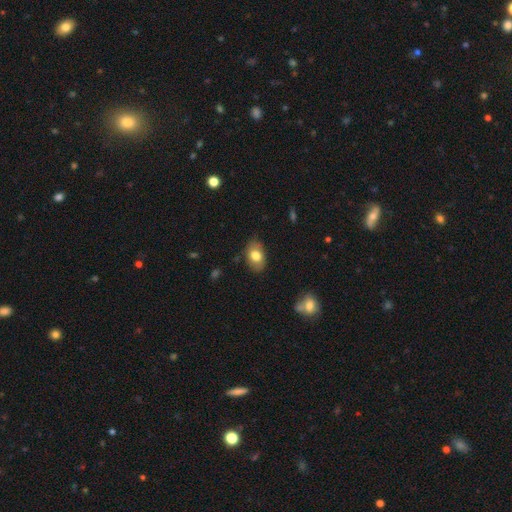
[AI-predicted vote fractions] smooth-or-featured: smooth: 77% | featured or disk: 15% | star or artifact: 8%
  how-rounded: in between: 84% | round: 15% | cigar-shaped: 1%
  merging: none: 80% | minor disturbance: 15% | major disturbance: 3% | merger: 1%